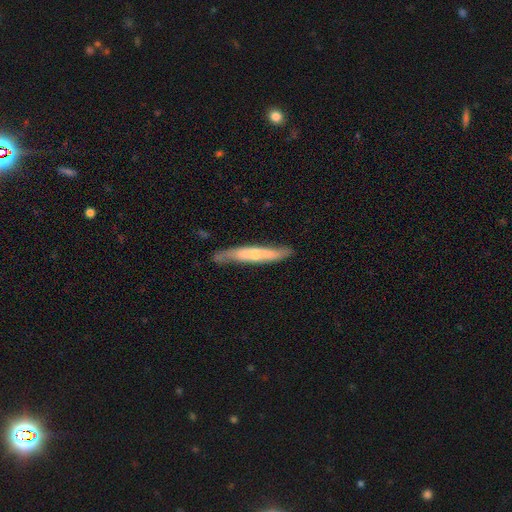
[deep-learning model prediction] featured or disk 51%, smooth 43%, star or artifact 6%. Down the decision tree: edge-on disk — yes (78%); merging — none (74%).